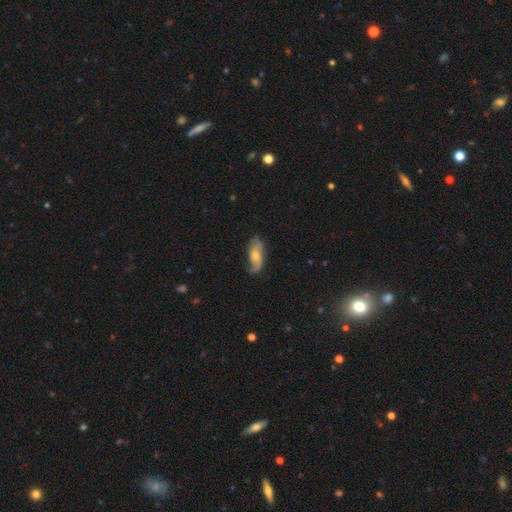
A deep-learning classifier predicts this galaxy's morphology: Smooth or featured?
  - featured or disk: 59% *
  - smooth: 34%
  - star or artifact: 7%
Edge-on disk?
  - no: 91% *
  - yes: 9%
Bar?
  - no: 63% *
  - weak: 30%
  - strong: 7%
Spiral arms?
  - yes: 88% *
  - no: 12%
Bulge size?
  - moderate: 44% * (tied)
  - small: 44% * (tied)
  - none: 6%
  - large: 5%
  - dominant: 1%
Merging?
  - none: 62% *
  - minor disturbance: 25%
  - major disturbance: 11%
  - merger: 2%